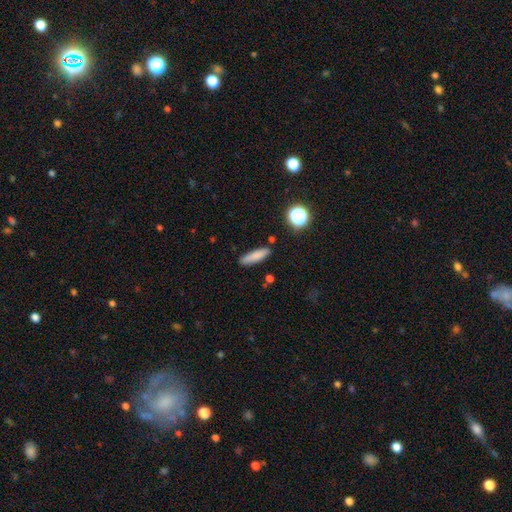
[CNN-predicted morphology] This appears to be a smooth galaxy with no disk features (80%) that is cigar-shaped (70%). Merging: none (85%).